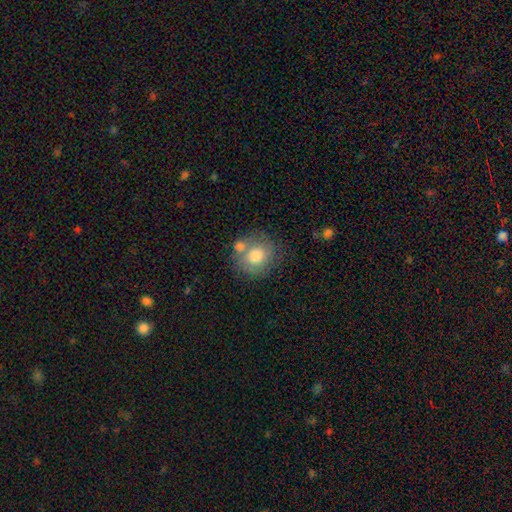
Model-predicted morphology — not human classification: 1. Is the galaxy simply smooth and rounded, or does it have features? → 75% smooth, 17% featured or disk, 8% star or artifact.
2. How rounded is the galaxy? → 79% round, 20% in between, 1% cigar-shaped.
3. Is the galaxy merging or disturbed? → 56% none, 22% merger, 16% minor disturbance, 6% major disturbance.